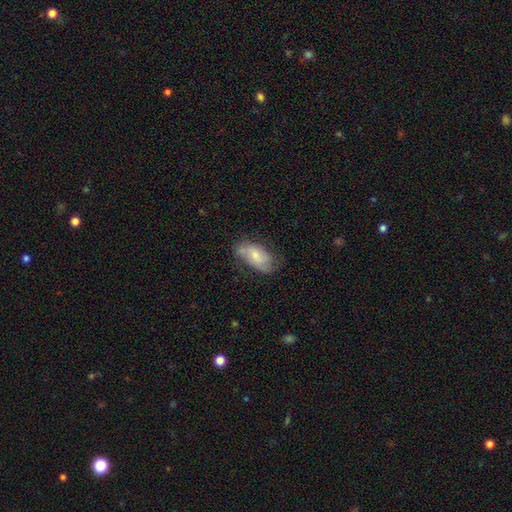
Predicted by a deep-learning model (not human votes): The model was most divided on "smooth or featured": smooth: 57%, featured or disk: 37%, star or artifact: 7%. More confident: how rounded — in between (91%); merging — none (54%).